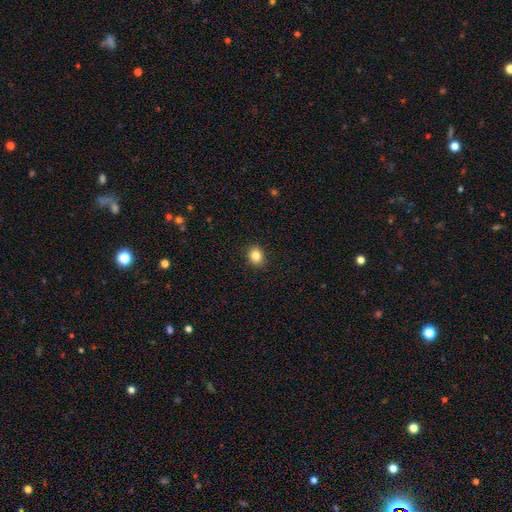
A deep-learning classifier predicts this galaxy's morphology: A smooth galaxy with no disk features (84%) that is round (66%). Merging: none (91%).